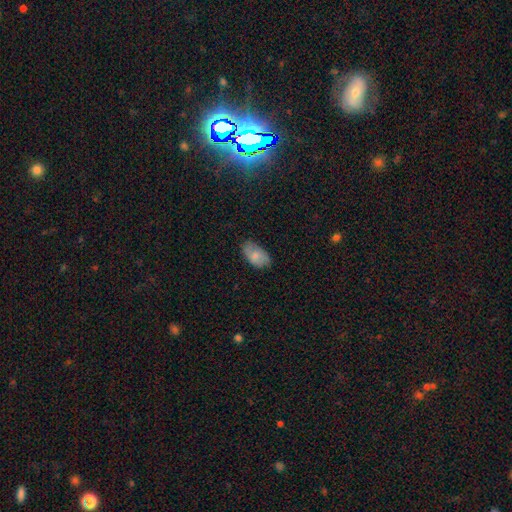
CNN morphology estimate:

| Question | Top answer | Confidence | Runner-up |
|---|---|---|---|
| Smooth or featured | smooth | 75% | featured or disk (18%) |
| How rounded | in between | 93% | round (5%) |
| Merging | none | 72% | minor disturbance (22%) |